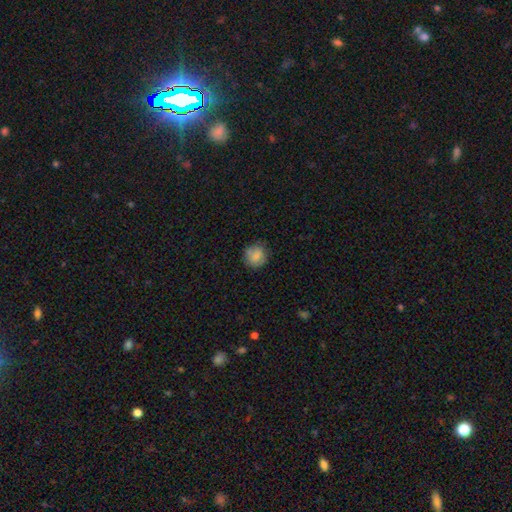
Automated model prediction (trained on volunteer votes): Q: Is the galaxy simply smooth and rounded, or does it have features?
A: smooth — 81%.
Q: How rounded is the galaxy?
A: round — 86%.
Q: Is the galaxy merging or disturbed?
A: none — 78%.